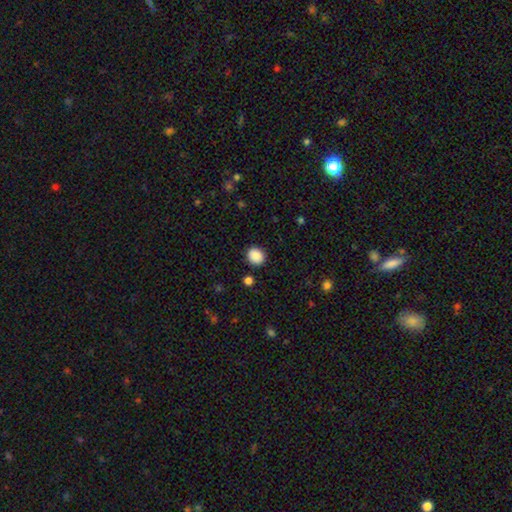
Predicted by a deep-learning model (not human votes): smooth_or_featured: smooth (p=0.88) [alt: star or artifact p=0.09]
how_rounded: round (p=0.76) [alt: in between p=0.24]
merging: none (p=0.89) [alt: minor disturbance p=0.07]